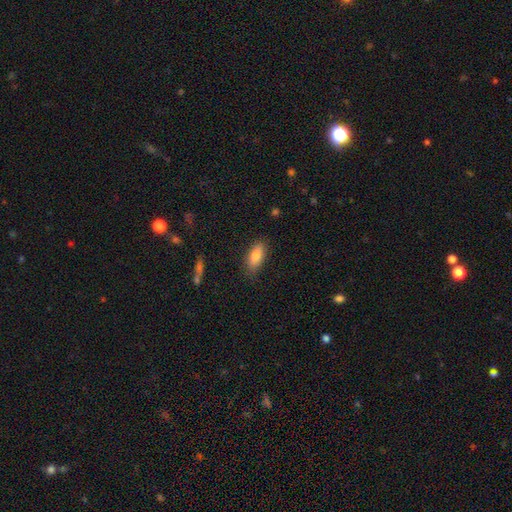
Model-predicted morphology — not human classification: smooth 80%, featured or disk 12%, star or artifact 7%. Down the decision tree: how rounded — in between (79%); merging — none (84%).